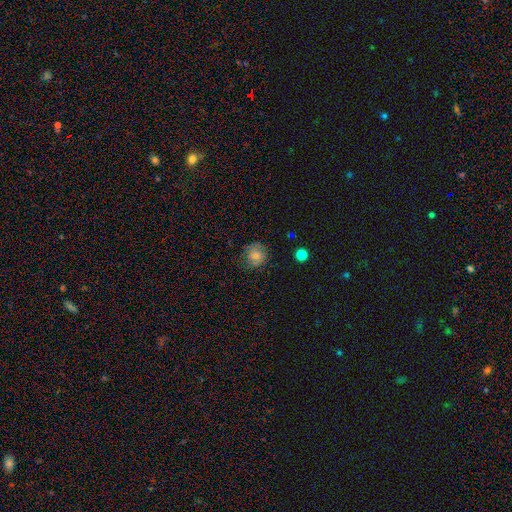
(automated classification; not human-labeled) The model was most divided on "smooth or featured": smooth: 69%, featured or disk: 21%, star or artifact: 10%. More confident: how rounded — round (83%); merging — none (73%).